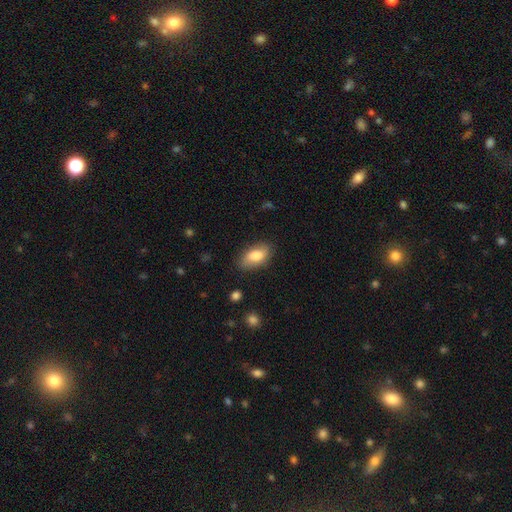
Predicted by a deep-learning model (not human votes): Smooth or featured?
  - smooth: 76% *
  - featured or disk: 17%
  - star or artifact: 6%
How rounded?
  - in between: 92% *
  - round: 4%
  - cigar-shaped: 4%
Merging?
  - none: 81% *
  - minor disturbance: 14%
  - major disturbance: 3%
  - merger: 1%